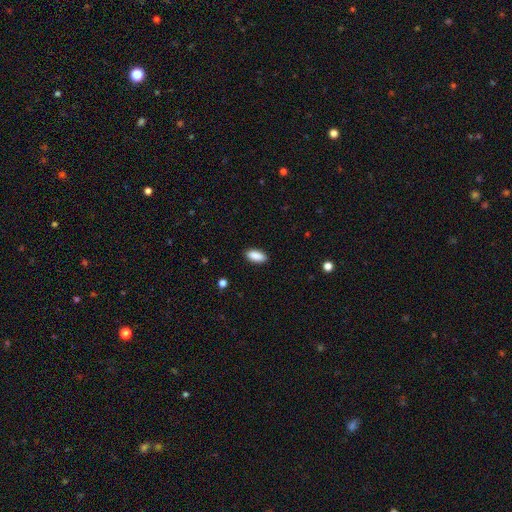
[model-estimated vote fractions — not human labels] Smooth or featured?
  - smooth: 90% *
  - star or artifact: 7%
  - featured or disk: 3%
How rounded?
  - in between: 89% *
  - cigar-shaped: 9%
  - round: 2%
Merging?
  - none: 88% *
  - minor disturbance: 9%
  - major disturbance: 2%
  - merger: 1%